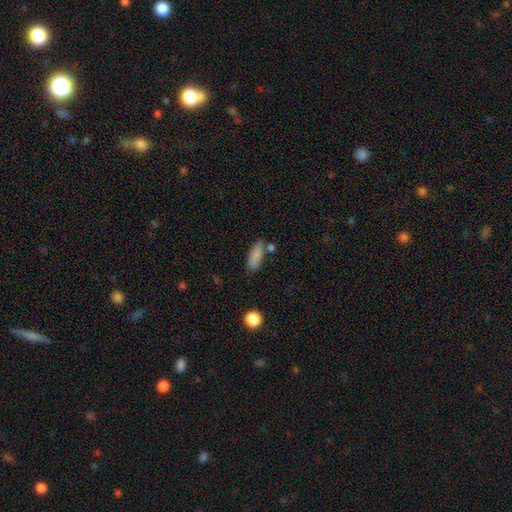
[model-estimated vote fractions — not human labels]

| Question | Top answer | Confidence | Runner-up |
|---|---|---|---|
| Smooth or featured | smooth | 84% | star or artifact (8%) |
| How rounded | in between | 67% | cigar-shaped (30%) |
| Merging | none | 67% | minor disturbance (18%) |